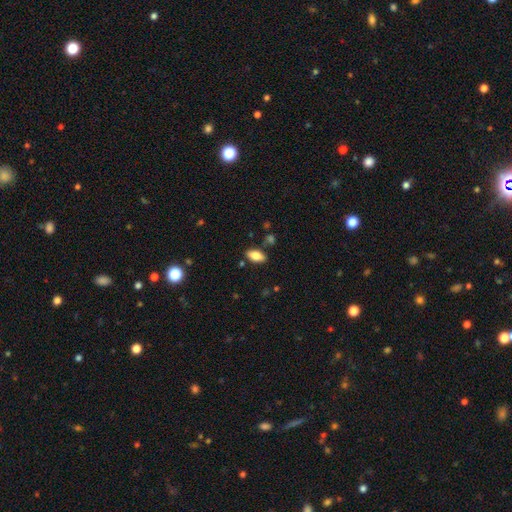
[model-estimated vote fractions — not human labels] Overall: smooth (79%). How rounded: in between (90%). Merging: none (82%).